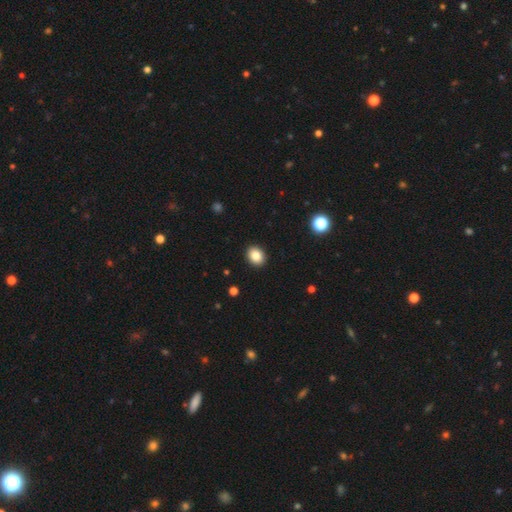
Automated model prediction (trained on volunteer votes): A smooth galaxy with no disk features (85%) that is round (52%). Merging: none (92%).